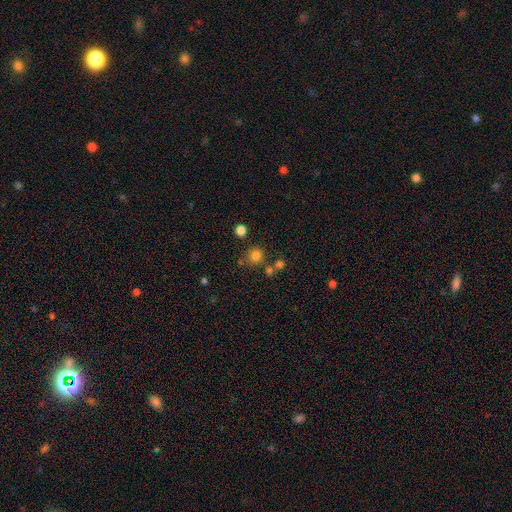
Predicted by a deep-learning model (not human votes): Morphology: type=smooth (78%); roundness=round (82%); merging=none (70%).